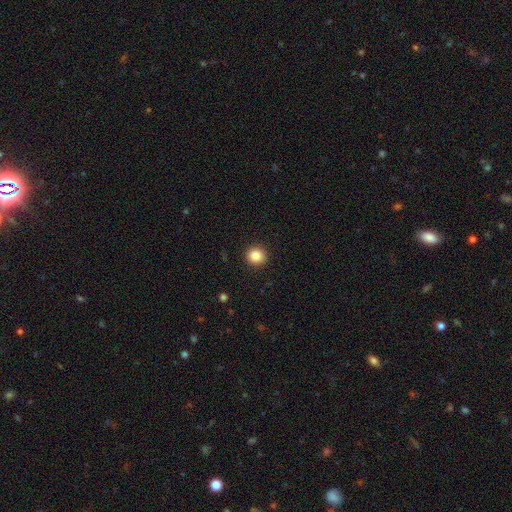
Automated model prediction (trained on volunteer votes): Q: Smooth or featured?
A: smooth (86%); runner-up: star or artifact (10%)
Q: How rounded?
A: round (89%); runner-up: in between (10%)
Q: Merging?
A: none (92%); runner-up: minor disturbance (5%)